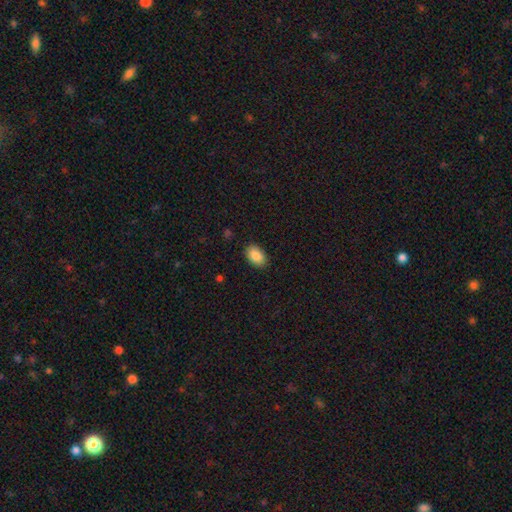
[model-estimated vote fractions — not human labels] Morphology: type=smooth (87%); roundness=in between (91%); merging=none (88%).